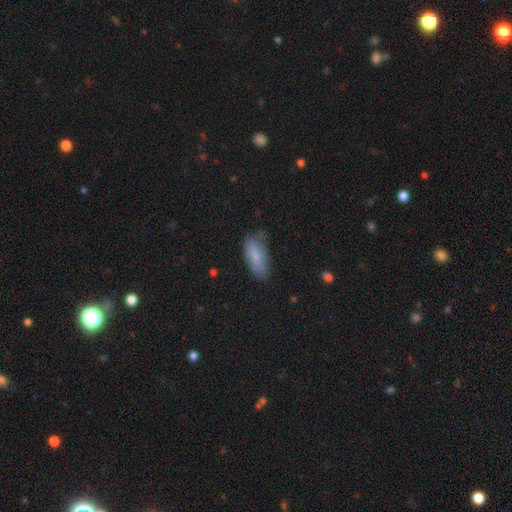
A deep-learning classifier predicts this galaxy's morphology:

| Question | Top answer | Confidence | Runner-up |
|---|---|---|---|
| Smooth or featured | smooth | 77% | featured or disk (16%) |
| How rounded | in between | 80% | cigar-shaped (18%) |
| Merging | none | 57% | minor disturbance (31%) |